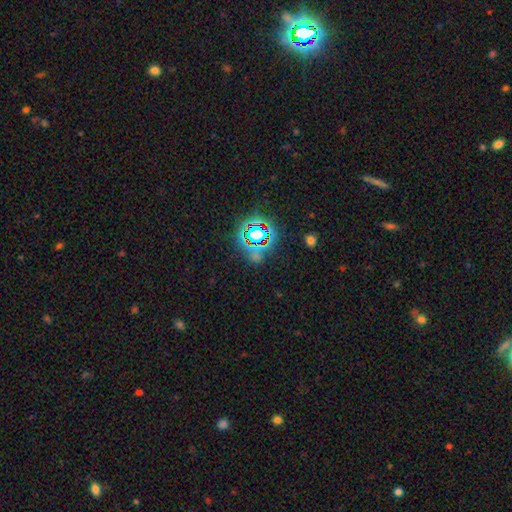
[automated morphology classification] A star or artifact, not a galaxy (73%).

Vote fractions:
- Smooth or featured? star or artifact: 73% / smooth: 18% / featured or disk: 9%